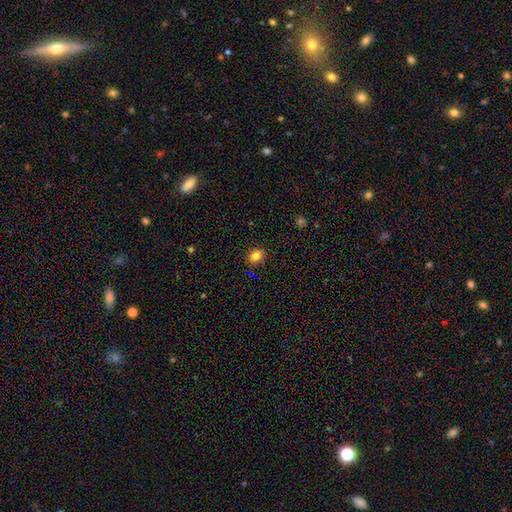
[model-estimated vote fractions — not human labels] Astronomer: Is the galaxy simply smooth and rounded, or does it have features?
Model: smooth — 82%.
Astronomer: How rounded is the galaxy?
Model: round — 52% (runner-up: in between, 47%).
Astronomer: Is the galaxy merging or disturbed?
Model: none — 87%.